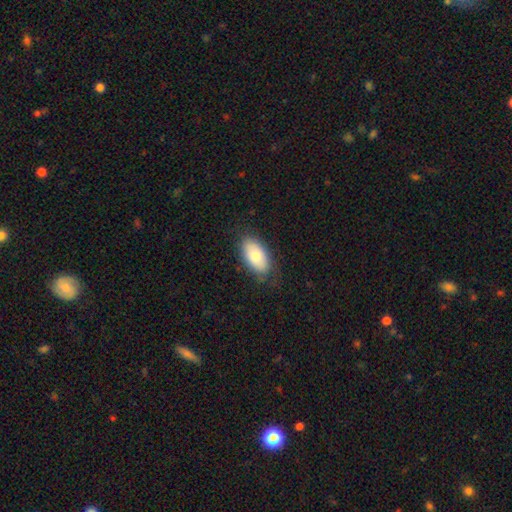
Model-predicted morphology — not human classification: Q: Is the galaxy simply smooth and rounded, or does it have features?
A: smooth — 77%.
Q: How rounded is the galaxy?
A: in between — 94%.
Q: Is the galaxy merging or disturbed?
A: none — 78%.